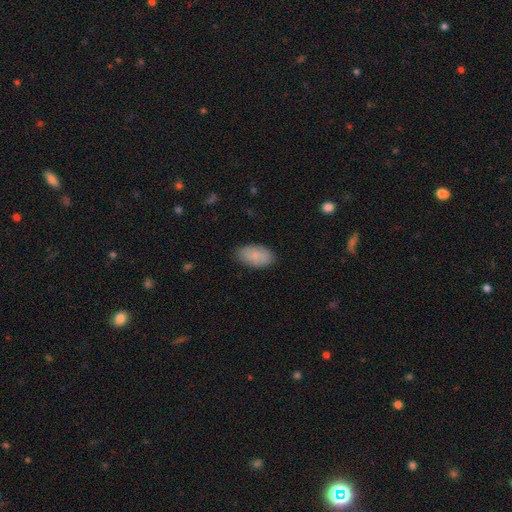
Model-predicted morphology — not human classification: type=smooth (85%); roundness=in between (94%); merging=none (83%).